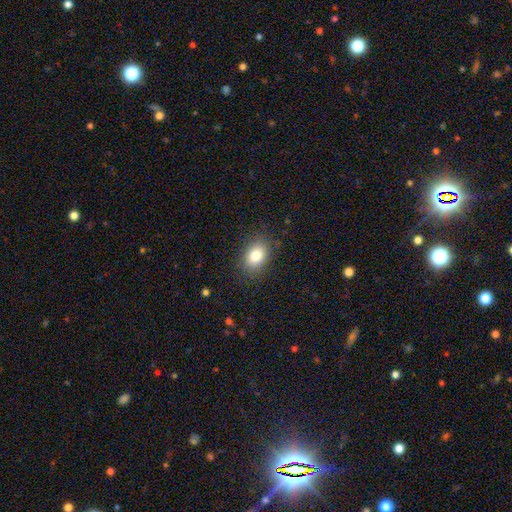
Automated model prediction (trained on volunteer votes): Smooth or featured? smooth (82%)
How rounded? in between (75%)
Merging? none (85%)